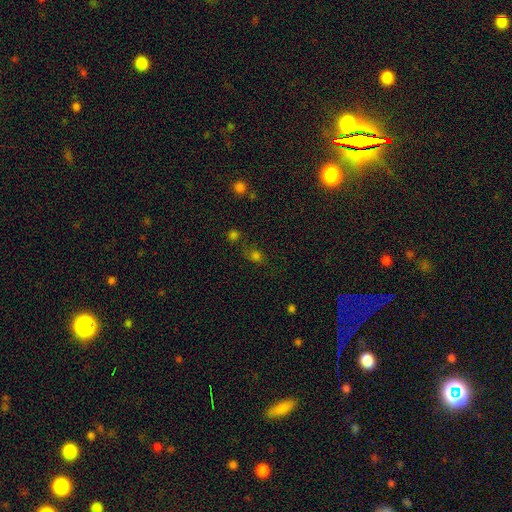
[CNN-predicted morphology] This appears to be a smooth galaxy with no disk features (65%) that is round (53%). Merging: none (59%).